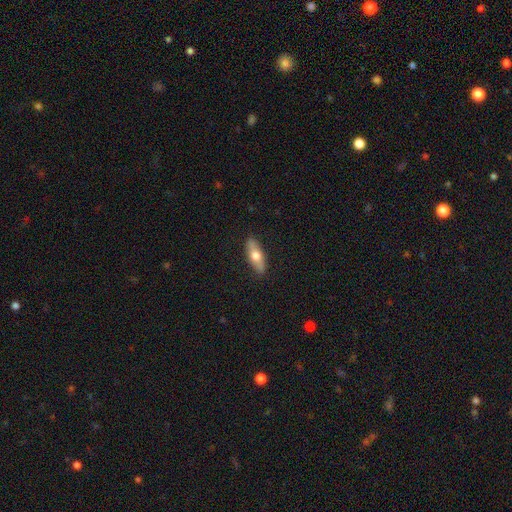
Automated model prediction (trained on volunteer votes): A smooth galaxy with no disk features (58%) that is in between round and cigar-shaped (57%).

Vote fractions:
- Smooth or featured? smooth: 58% / featured or disk: 37% / star or artifact: 5%
- How rounded? in between: 57% / cigar-shaped: 40% / round: 3%
- Merging? none: 88% / minor disturbance: 9% / major disturbance: 2% / merger: 1%